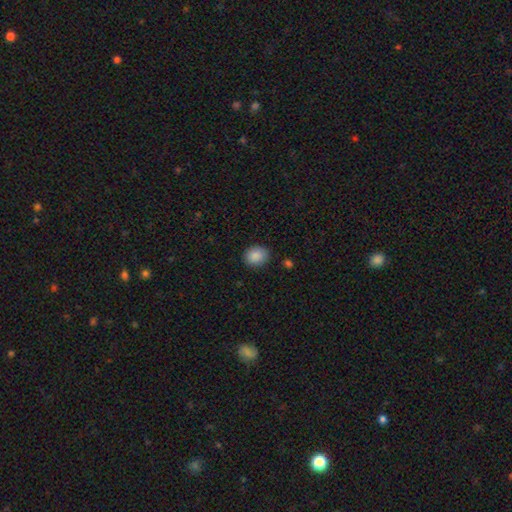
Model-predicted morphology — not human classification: Smooth or featured?
  - smooth: 88% *
  - star or artifact: 8%
  - featured or disk: 4%
How rounded?
  - round: 62% *
  - in between: 37%
  - cigar-shaped: 1%
Merging?
  - none: 87% *
  - minor disturbance: 9%
  - major disturbance: 2%
  - merger: 1%